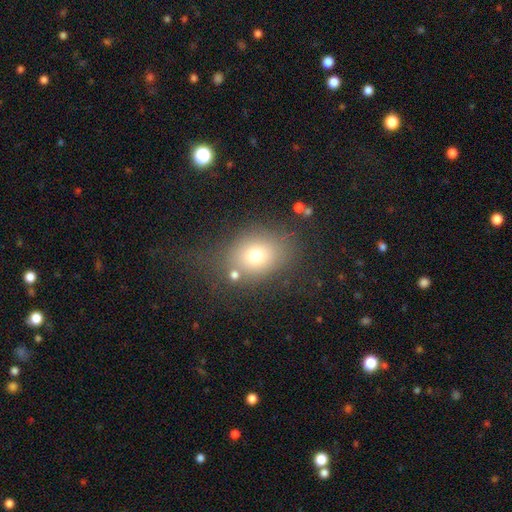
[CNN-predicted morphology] Smooth or featured: smooth — 71% (star or artifact — 15%)
How rounded: in between — 55% (round — 44%)
Merging: none — 63% (minor disturbance — 18%)